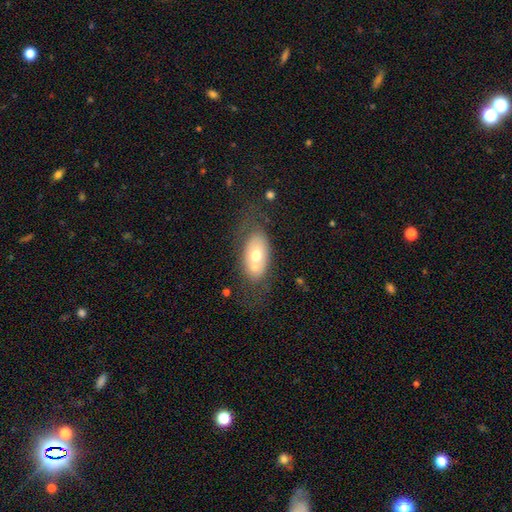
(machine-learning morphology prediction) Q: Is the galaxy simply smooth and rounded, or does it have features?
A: smooth — 56%.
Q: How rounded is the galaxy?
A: in between — 88%.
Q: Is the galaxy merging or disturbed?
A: none — 50%.